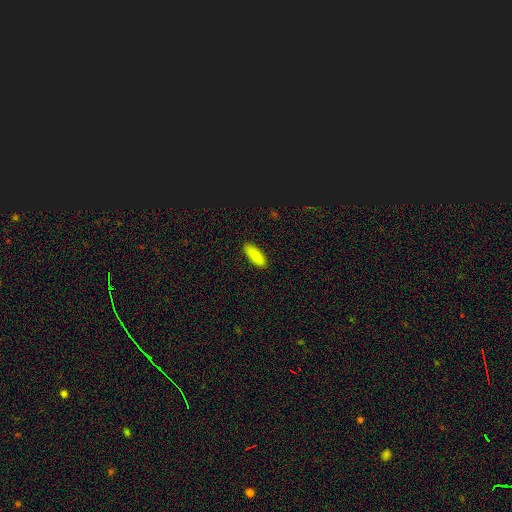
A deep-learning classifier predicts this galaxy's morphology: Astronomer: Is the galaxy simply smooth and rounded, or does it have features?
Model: smooth — 88%.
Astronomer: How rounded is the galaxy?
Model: in between — 57% (runner-up: cigar-shaped, 41%).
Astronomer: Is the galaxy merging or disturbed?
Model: none — 89%.